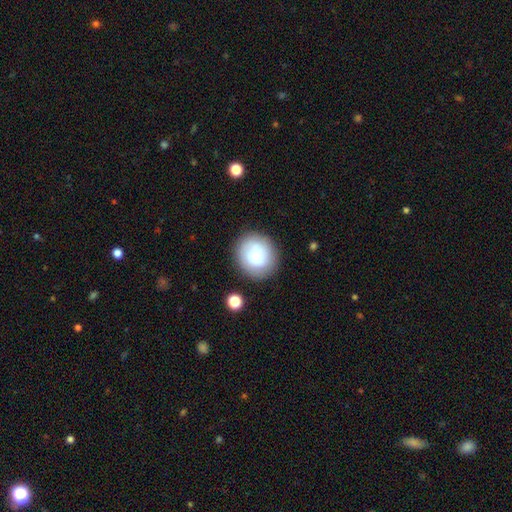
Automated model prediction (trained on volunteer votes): smooth-or-featured: smooth: 66% | featured or disk: 26% | star or artifact: 8%
  how-rounded: round: 88% | in between: 11% | cigar-shaped: 1%
  merging: none: 81% | minor disturbance: 11% | major disturbance: 4% | merger: 3%